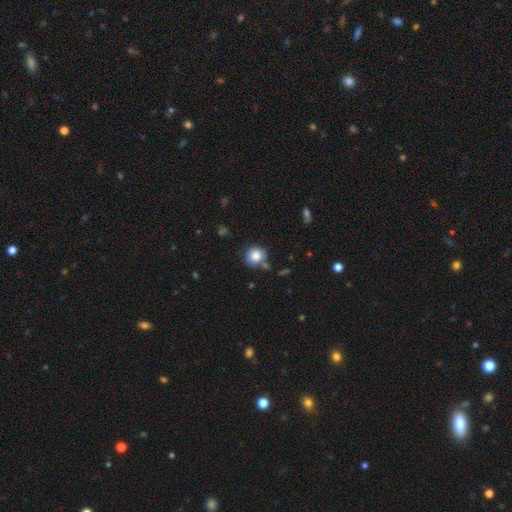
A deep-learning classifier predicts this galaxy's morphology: This appears to be a smooth galaxy with no disk features (84%) that is round (88%). Merging: none (76%).